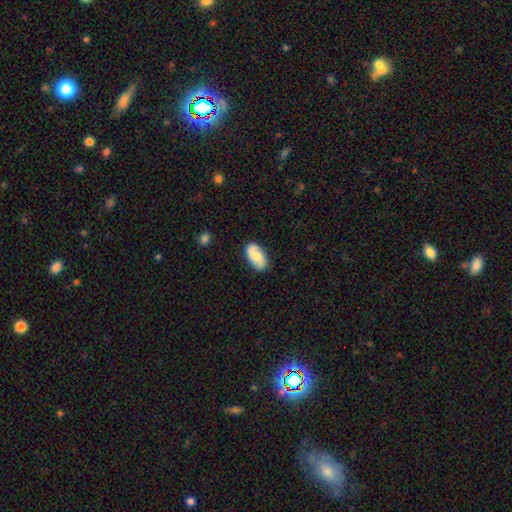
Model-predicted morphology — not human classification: Smooth or featured: smooth — 54% (featured or disk — 39%)
How rounded: in between — 93% (round — 4%)
Merging: none — 83% (minor disturbance — 13%)